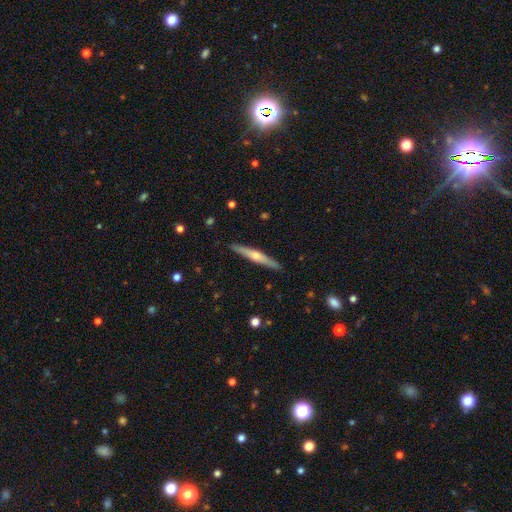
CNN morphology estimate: smooth-or-featured: featured or disk: 58% | smooth: 36% | star or artifact: 6%
  disk-edge-on: yes: 96% | no: 4%
    edge-on-bulge: rounded: 78% | none: 16% | boxy: 5%
  merging: none: 90% | minor disturbance: 8% | major disturbance: 1% | merger: 1%